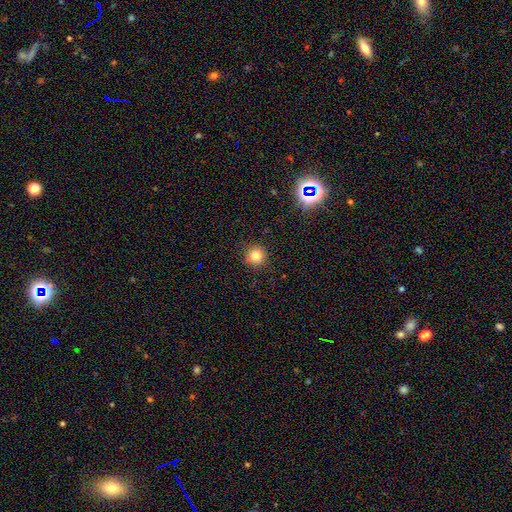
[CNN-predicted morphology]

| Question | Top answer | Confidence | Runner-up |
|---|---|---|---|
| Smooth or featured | smooth | 79% | star or artifact (15%) |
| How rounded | round | 94% | in between (5%) |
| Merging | none | 89% | minor disturbance (8%) |